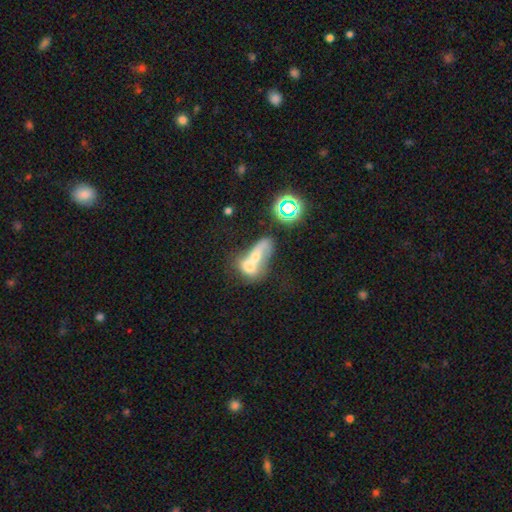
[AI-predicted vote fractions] Smooth or featured? smooth (53%)
How rounded? in between (63%)
Merging? merger (77%)